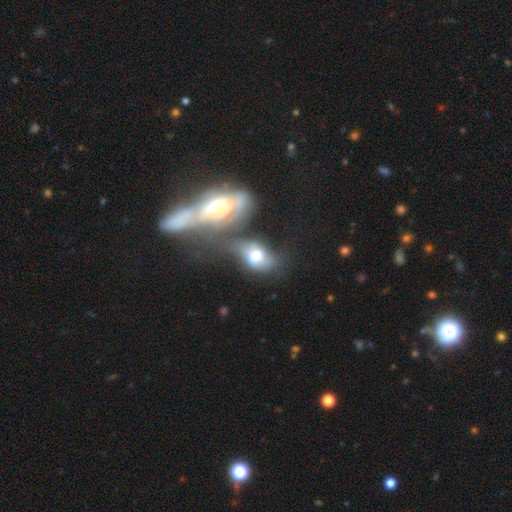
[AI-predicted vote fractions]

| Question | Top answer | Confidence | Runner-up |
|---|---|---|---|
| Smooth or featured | smooth | 46% | featured or disk (44%) |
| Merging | merger | 42% | none (27%) |